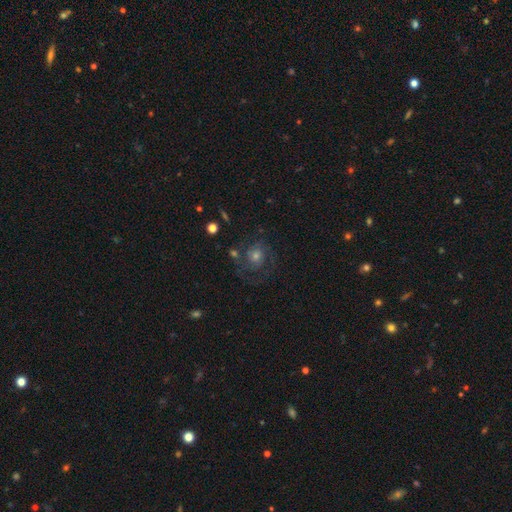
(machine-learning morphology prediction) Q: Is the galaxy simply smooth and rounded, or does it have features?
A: featured or disk — 64%.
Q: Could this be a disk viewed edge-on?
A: no — 97%.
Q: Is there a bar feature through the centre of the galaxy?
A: no — 77%.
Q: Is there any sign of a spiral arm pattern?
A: yes — 84%.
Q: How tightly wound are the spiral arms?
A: tight — 47%.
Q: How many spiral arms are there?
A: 2 — 51%.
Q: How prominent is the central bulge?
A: moderate — 53%.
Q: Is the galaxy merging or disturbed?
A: none — 67%.